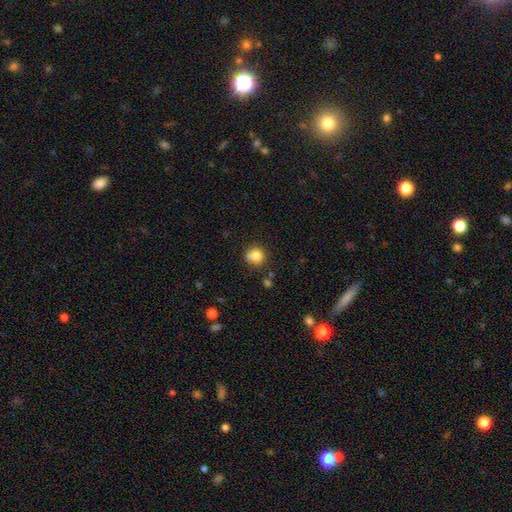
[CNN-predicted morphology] smooth_or_featured: smooth (p=0.80) [alt: star or artifact p=0.11]
how_rounded: round (p=0.86) [alt: in between p=0.13]
merging: none (p=0.64) [alt: merger p=0.17]